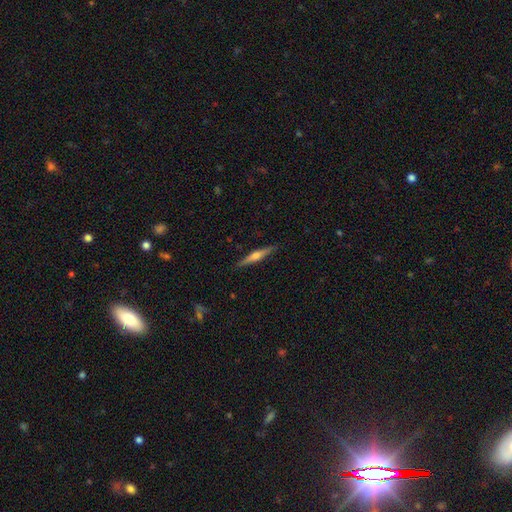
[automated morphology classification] The model was most divided on "smooth or featured": featured or disk: 64%, smooth: 30%, star or artifact: 6%. More confident: edge-on disk — yes (97%); merging — none (89%); edge-on bulge — rounded (86%).